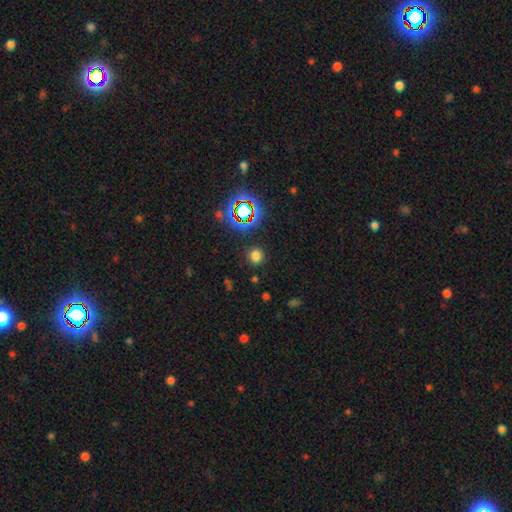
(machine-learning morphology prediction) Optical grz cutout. It shows a smooth galaxy with no disk features (71%) that is round (90%). Merging: none (88%).